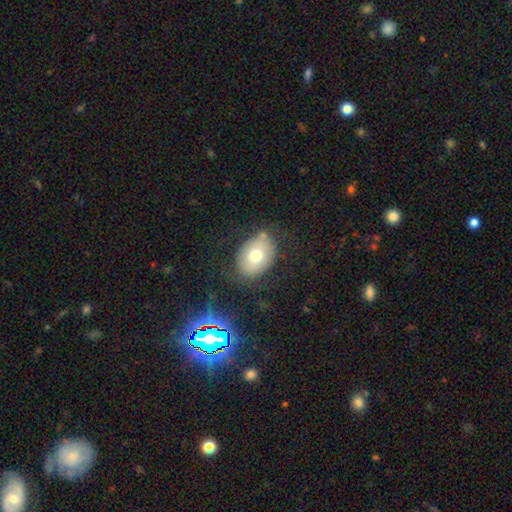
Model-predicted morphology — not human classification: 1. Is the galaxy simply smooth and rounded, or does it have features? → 69% smooth, 20% featured or disk, 11% star or artifact.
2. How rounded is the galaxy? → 68% in between, 31% round, 1% cigar-shaped.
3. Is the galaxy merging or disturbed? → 72% none, 17% minor disturbance, 7% major disturbance, 4% merger.